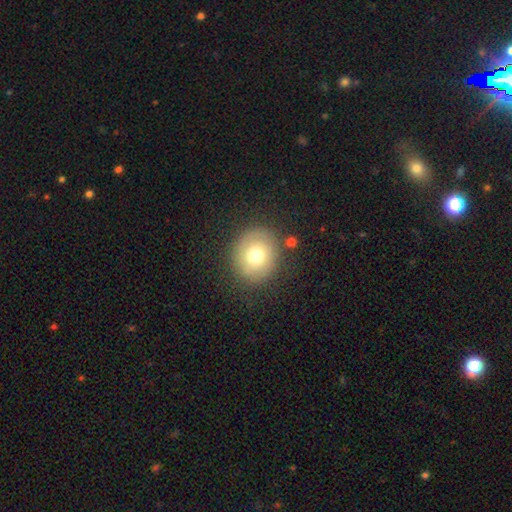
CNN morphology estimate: smooth-or-featured: smooth: 69% | featured or disk: 22% | star or artifact: 10%
  how-rounded: round: 81% | in between: 18% | cigar-shaped: 1%
  merging: none: 80% | minor disturbance: 12% | major disturbance: 5% | merger: 3%